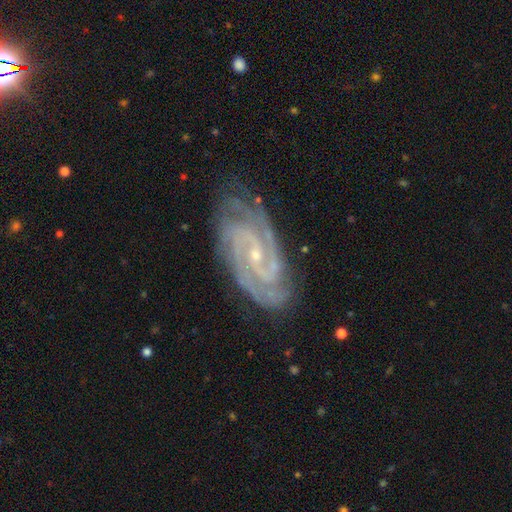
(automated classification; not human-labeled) Overall: featured or disk (92%). Edge-on disk: no (96%). Bar: no (40%, tied with weak). Spiral arms: yes (99%). Spiral arm count: 2 (51%; 3 20%). Spiral winding: tight (65%; medium 31%). Bulge size: small (81%). Merging: none (80%).